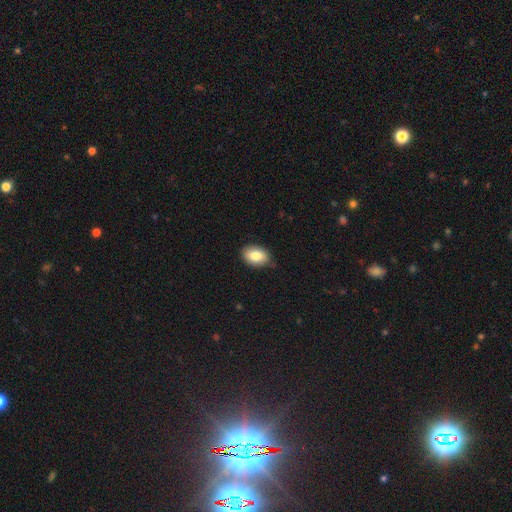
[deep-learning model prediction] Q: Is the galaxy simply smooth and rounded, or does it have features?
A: smooth — 82%.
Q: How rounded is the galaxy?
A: in between — 84%.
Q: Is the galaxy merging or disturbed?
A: none — 83%.